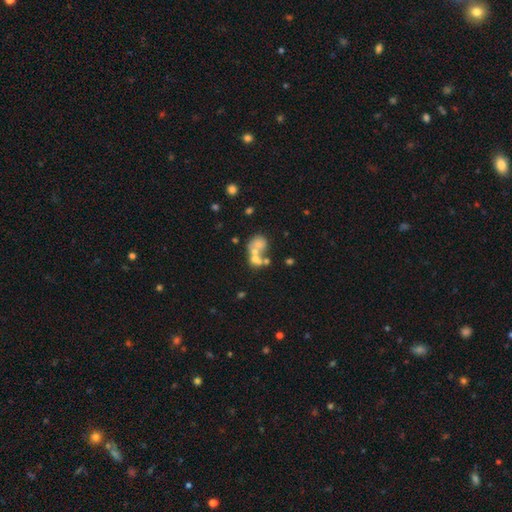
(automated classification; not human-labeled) Morphology: type=smooth (47%); merging=merger (56%).